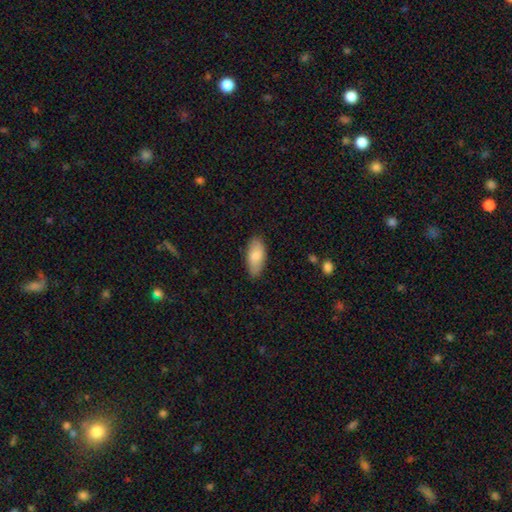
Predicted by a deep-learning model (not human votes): Smooth or featured? Predicted: smooth (p=0.81). How rounded? Predicted: in between (p=0.89). Merging? Predicted: none (p=0.84).